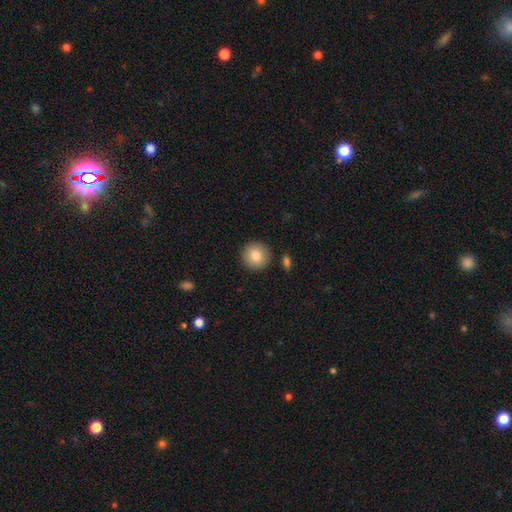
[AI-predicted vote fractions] Smooth or featured?
  - smooth: 82% *
  - featured or disk: 10%
  - star or artifact: 8%
How rounded?
  - round: 95% *
  - in between: 4%
  - cigar-shaped: 1%
Merging?
  - none: 90% *
  - minor disturbance: 6%
  - merger: 2%
  - major disturbance: 2%